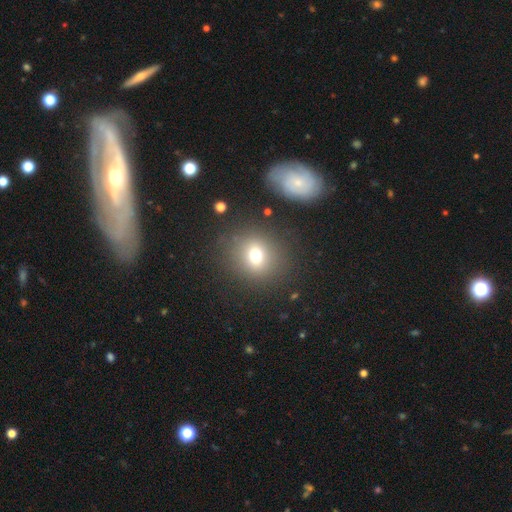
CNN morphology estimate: Smooth or featured: smooth — 70% (star or artifact — 17%)
How rounded: round — 80% (in between — 19%)
Merging: none — 84% (minor disturbance — 9%)